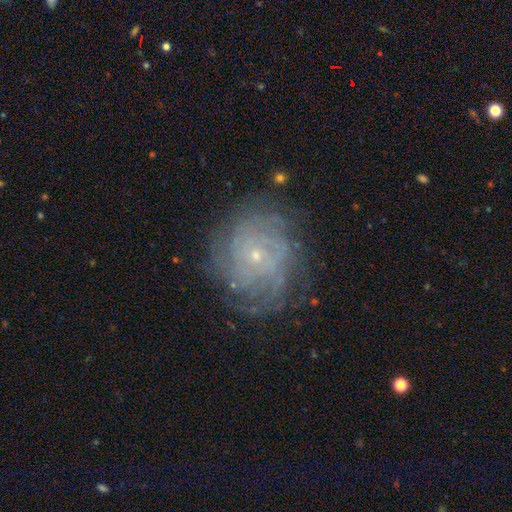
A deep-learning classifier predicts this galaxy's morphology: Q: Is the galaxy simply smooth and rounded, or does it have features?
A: featured or disk — 79%.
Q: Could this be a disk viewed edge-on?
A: no — 97%.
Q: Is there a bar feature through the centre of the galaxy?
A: no — 82%.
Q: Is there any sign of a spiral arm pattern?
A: yes — 91%.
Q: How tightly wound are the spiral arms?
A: tight — 72%.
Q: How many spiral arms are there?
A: can't tell — 40%.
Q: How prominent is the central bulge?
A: small — 84%.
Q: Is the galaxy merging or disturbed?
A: none — 74%.